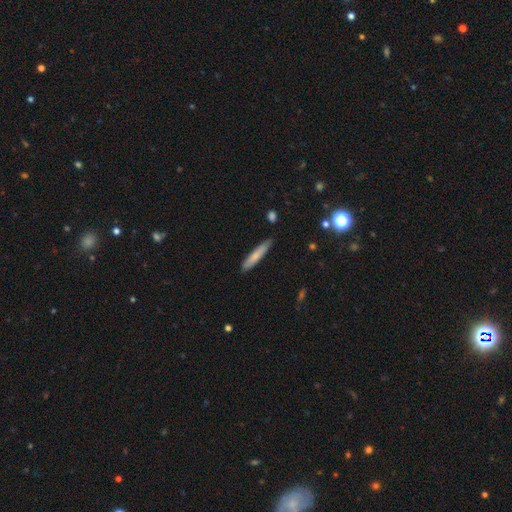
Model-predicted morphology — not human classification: A smooth galaxy with no disk features (73%) that is cigar-shaped (91%). Merging: none (85%).